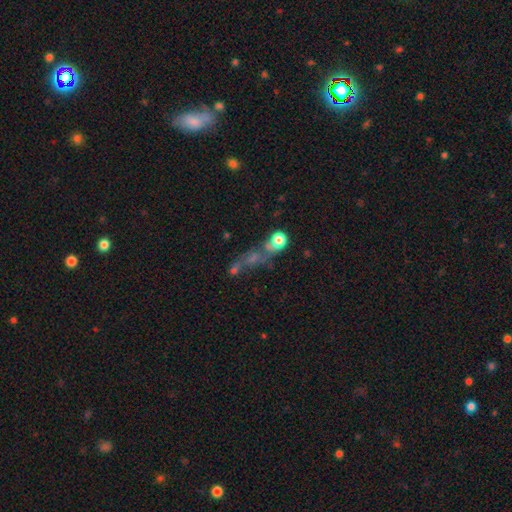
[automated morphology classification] This appears to be a star or artifact, not a galaxy (39%).